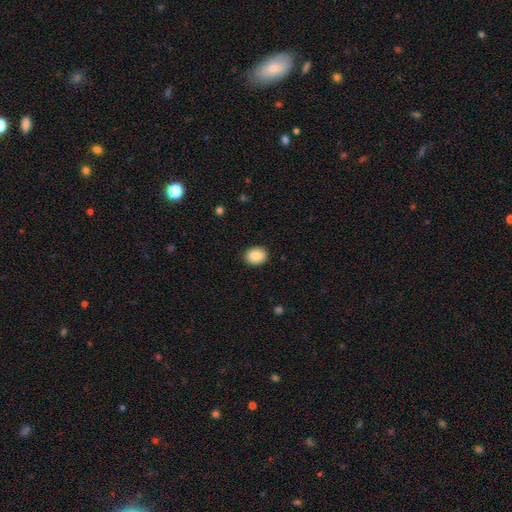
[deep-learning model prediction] Smooth or featured: smooth — 88% (star or artifact — 8%)
How rounded: in between — 53% (round — 46%)
Merging: none — 89% (minor disturbance — 8%)